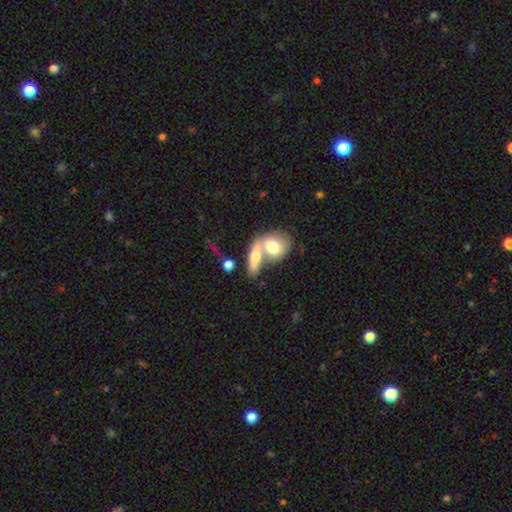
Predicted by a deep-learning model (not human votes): Smooth or featured: smooth — 57% (featured or disk — 36%)
How rounded: in between — 60% (cigar-shaped — 23%)
Merging: merger — 64% (none — 25%)